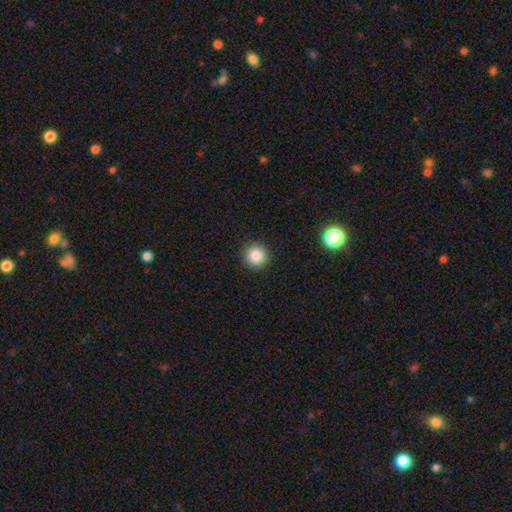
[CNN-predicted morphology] A smooth galaxy with no disk features (85%) that is round (94%).

Vote fractions:
- Smooth or featured? smooth: 85% / star or artifact: 10% / featured or disk: 5%
- How rounded? round: 94% / in between: 5% / cigar-shaped: 1%
- Merging? none: 92% / minor disturbance: 5% / major disturbance: 2% / merger: 1%